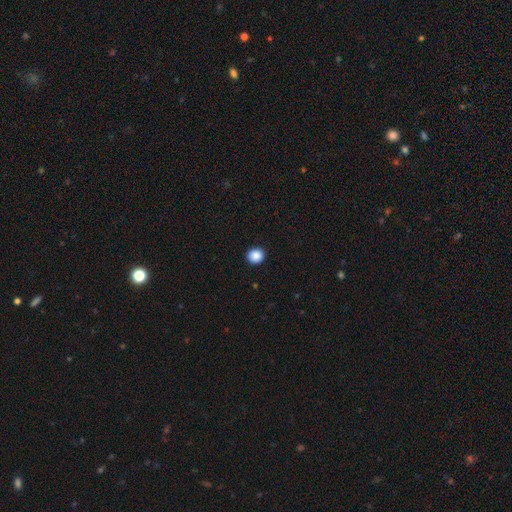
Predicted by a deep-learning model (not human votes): Smooth or featured: smooth — 89% (star or artifact — 9%)
How rounded: round — 86% (in between — 13%)
Merging: none — 93% (minor disturbance — 5%)